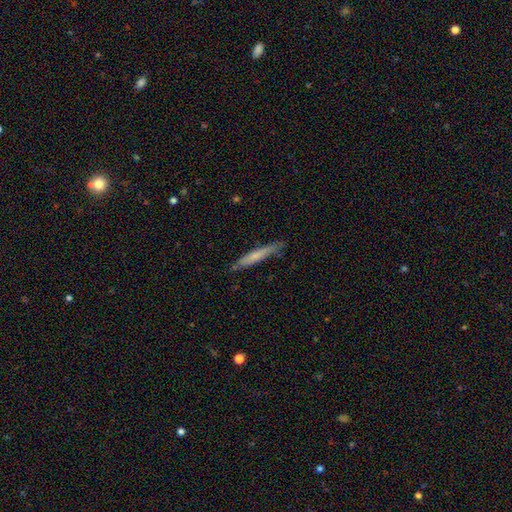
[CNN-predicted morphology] Smooth or featured?
  - smooth: 59% *
  - featured or disk: 36%
  - star or artifact: 6%
How rounded?
  - cigar-shaped: 94% *
  - in between: 5%
  - round: 1%
Merging?
  - none: 77% *
  - minor disturbance: 18%
  - major disturbance: 3%
  - merger: 2%